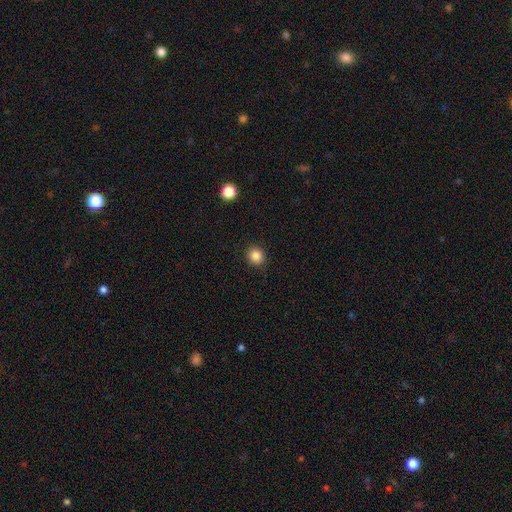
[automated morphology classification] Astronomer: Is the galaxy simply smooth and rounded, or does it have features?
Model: smooth — 86%.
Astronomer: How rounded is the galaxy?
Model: round — 86%.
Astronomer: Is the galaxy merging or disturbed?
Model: none — 90%.